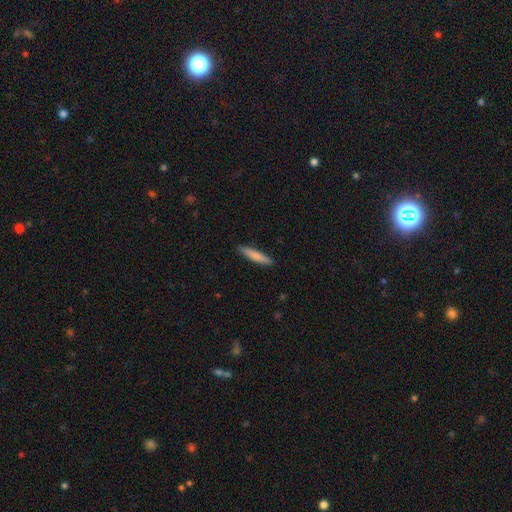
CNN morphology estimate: Smooth or featured? Predicted: smooth (p=0.77). How rounded? Predicted: cigar-shaped (p=0.90). Merging? Predicted: none (p=0.90).